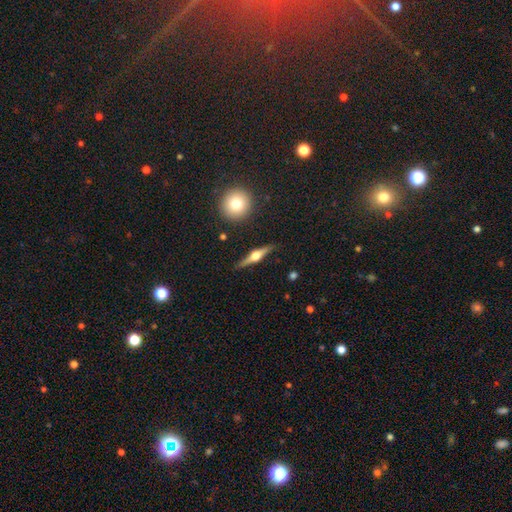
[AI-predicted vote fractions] smooth-or-featured: featured or disk: 76% | smooth: 18% | star or artifact: 5%
  disk-edge-on: yes: 97% | no: 3%
    edge-on-bulge: rounded: 94% | boxy: 4% | none: 2%
  merging: none: 88% | minor disturbance: 8% | major disturbance: 2% | merger: 2%